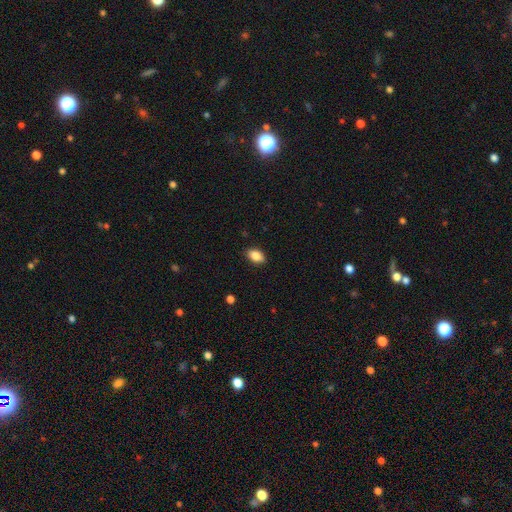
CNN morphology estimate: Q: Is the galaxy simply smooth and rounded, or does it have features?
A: smooth — 88%.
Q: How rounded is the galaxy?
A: in between — 90%.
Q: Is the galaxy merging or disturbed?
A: none — 88%.